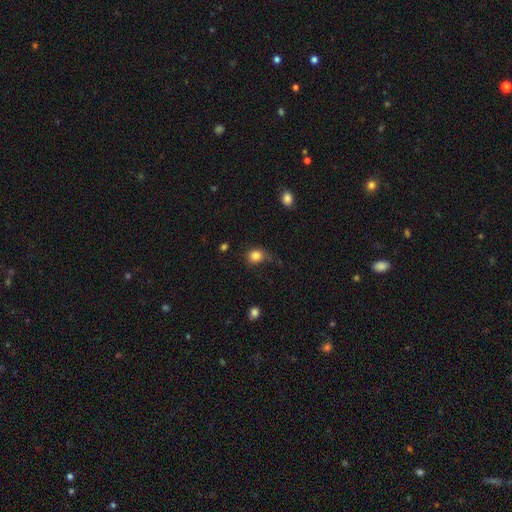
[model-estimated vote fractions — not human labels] Smooth or featured: smooth — 83% (star or artifact — 11%)
How rounded: round — 69% (in between — 30%)
Merging: none — 65% (minor disturbance — 25%)